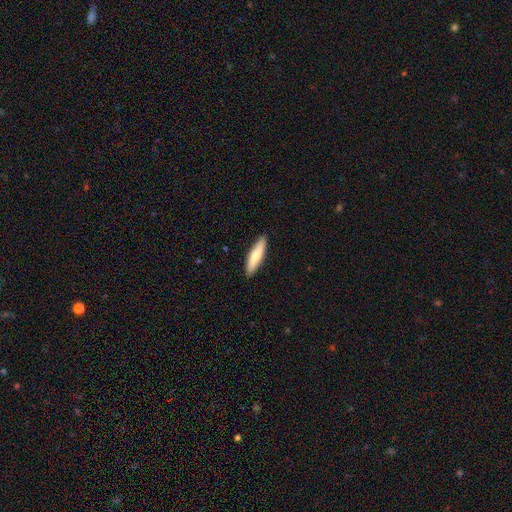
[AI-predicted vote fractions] A smooth galaxy with no disk features (74%) that is cigar-shaped (75%).

Vote fractions:
- Smooth or featured? smooth: 74% / featured or disk: 21% / star or artifact: 5%
- How rounded? cigar-shaped: 75% / in between: 23% / round: 1%
- Merging? none: 89% / minor disturbance: 8% / major disturbance: 1% / merger: 1%